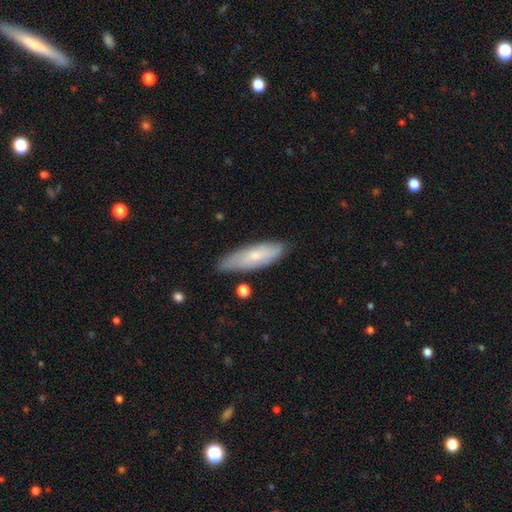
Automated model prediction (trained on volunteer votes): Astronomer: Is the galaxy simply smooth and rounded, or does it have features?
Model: smooth — 63%.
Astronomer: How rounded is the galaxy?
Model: in between — 50% (runner-up: cigar-shaped, 48%).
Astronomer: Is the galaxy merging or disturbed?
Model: none — 77%.